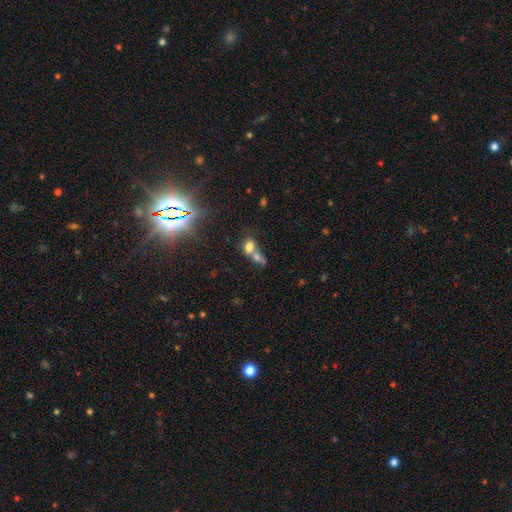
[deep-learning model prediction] Morphology: type=smooth (50%); roundness=in between (49%); merging=merger (59%).